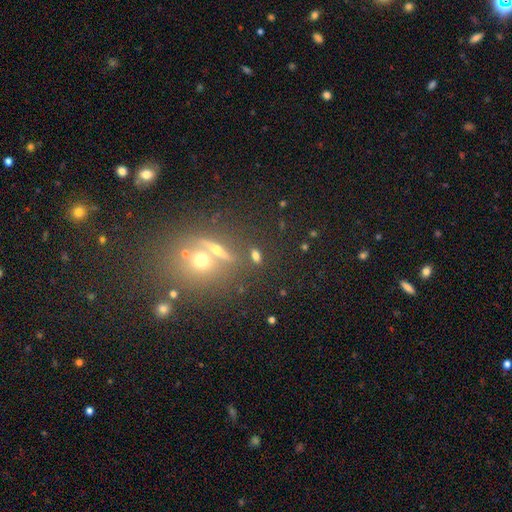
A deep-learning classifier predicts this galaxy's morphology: Smooth or featured: smooth — 65% (featured or disk — 18%)
How rounded: in between — 62% (round — 24%)
Merging: none — 76% (merger — 11%)